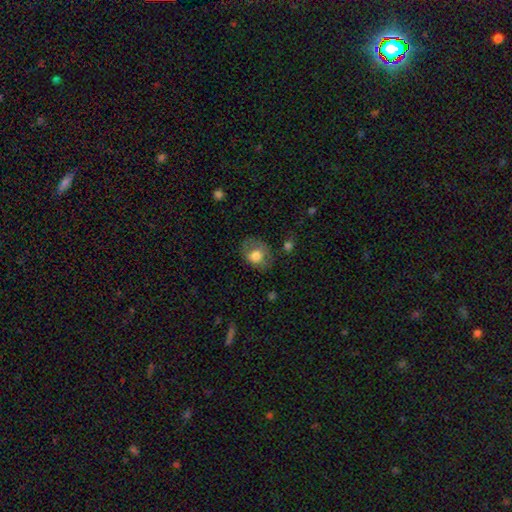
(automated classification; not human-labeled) Smooth or featured? smooth (73%)
How rounded? round (53%)
Merging? none (60%)